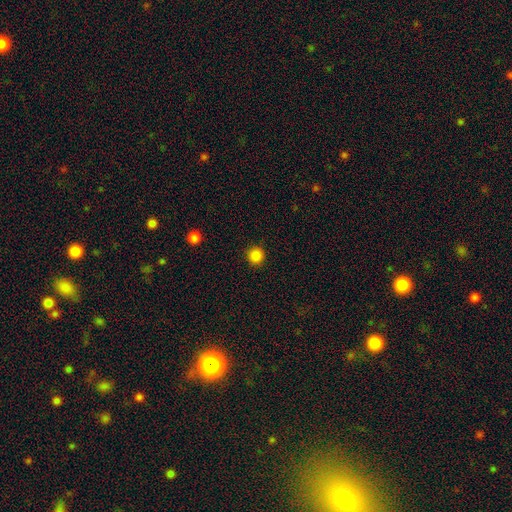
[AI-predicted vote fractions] A smooth galaxy with no disk features (86%) that is round (95%). Merging: none (92%).